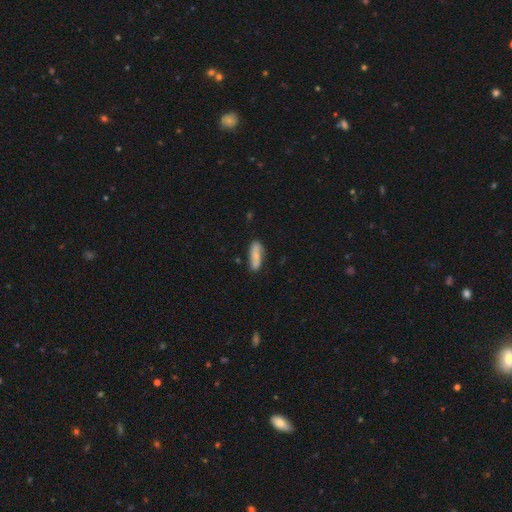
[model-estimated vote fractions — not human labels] Overall: smooth (68%). How rounded: in between (55%; cigar-shaped 42%). Merging: none (74%).